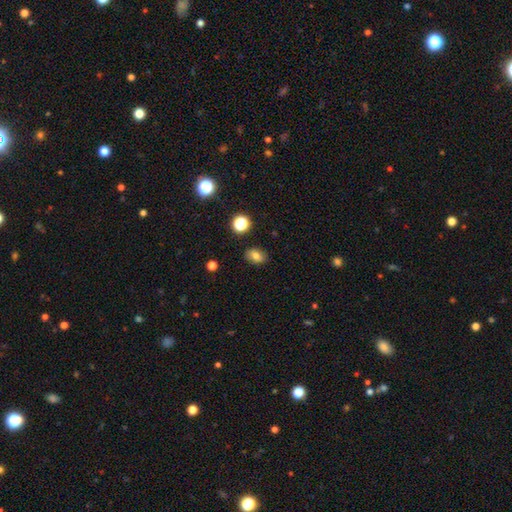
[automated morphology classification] Overall: smooth (77%). How rounded: in between (73%). Merging: none (85%).